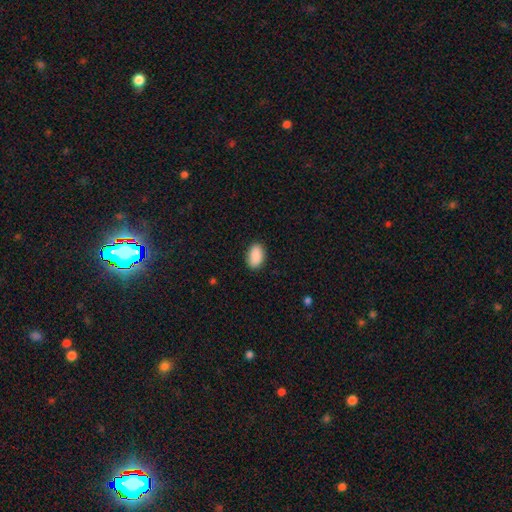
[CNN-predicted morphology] The model was most divided on "merging": none: 87%, minor disturbance: 10%, major disturbance: 2%, merger: 1%. More confident: how rounded — in between (92%); smooth or featured — smooth (90%).